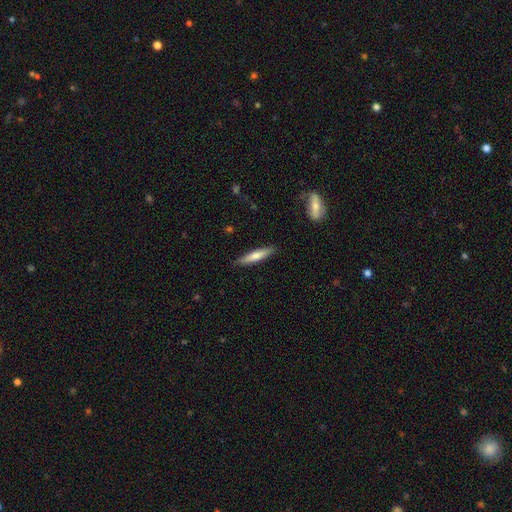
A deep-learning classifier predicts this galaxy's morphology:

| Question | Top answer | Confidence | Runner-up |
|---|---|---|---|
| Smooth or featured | smooth | 66% | featured or disk (29%) |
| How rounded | cigar-shaped | 87% | in between (11%) |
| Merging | none | 88% | minor disturbance (9%) |